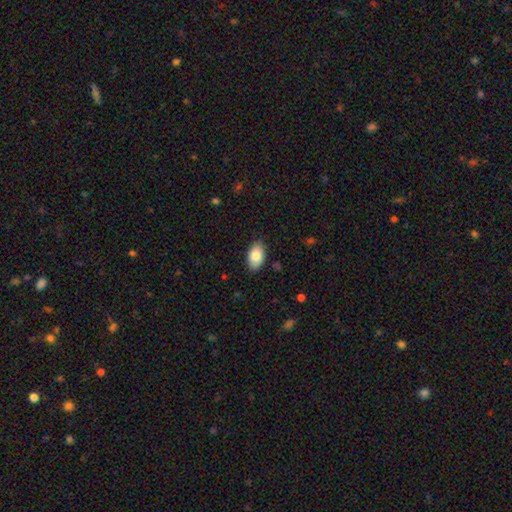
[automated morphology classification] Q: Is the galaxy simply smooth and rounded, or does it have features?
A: smooth — 84%.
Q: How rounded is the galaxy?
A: in between — 94%.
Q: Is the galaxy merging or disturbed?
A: none — 86%.